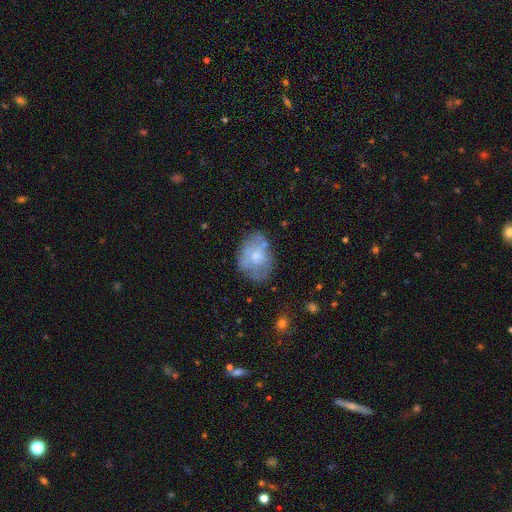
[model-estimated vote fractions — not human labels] The model was most divided on "smooth or featured": smooth: 51%, featured or disk: 42%, star or artifact: 8%. More confident: how rounded — in between (70%); merging — none (57%).